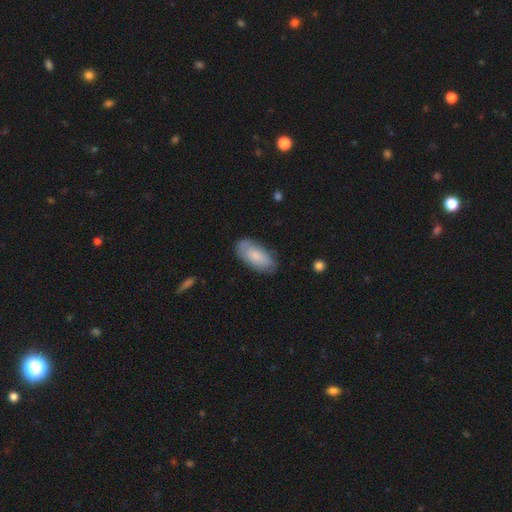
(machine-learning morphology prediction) smooth-or-featured: smooth: 75% | featured or disk: 19% | star or artifact: 6%
  how-rounded: in between: 92% | cigar-shaped: 6% | round: 2%
  merging: none: 75% | minor disturbance: 19% | major disturbance: 4% | merger: 2%